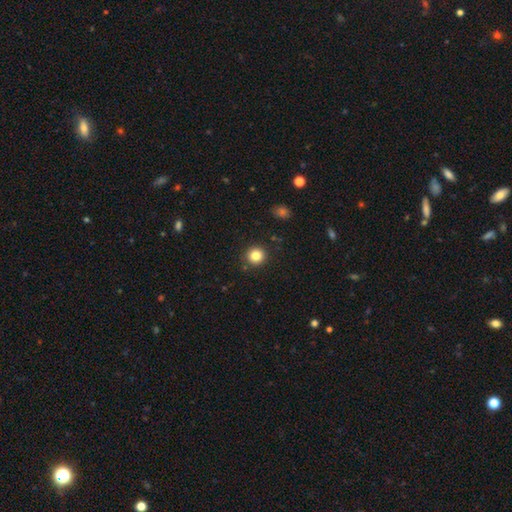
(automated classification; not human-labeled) Smooth or featured? smooth (84%)
How rounded? round (93%)
Merging? none (90%)